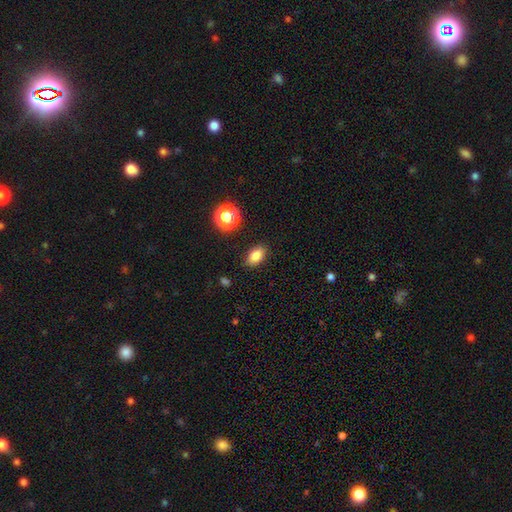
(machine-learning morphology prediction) type=smooth (82%); roundness=in between (86%); merging=none (87%).